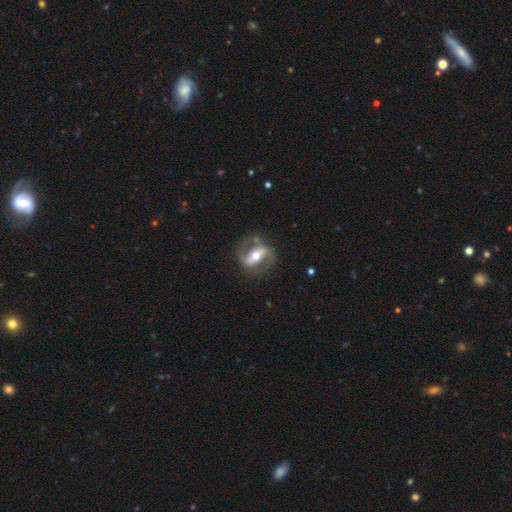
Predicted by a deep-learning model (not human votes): Smooth or featured: featured or disk — 81% (smooth — 14%)
Edge-on disk: no — 92% (yes — 8%)
Bar: strong — 60% (weak — 24%)
Spiral arms: yes — 83% (no — 17%)
Spiral winding: medium — 49% (loose — 29%)
Spiral arm count: 2 — 88% (can't tell — 6%)
Bulge size: moderate — 70% (small — 19%)
Merging: none — 75% (minor disturbance — 14%)